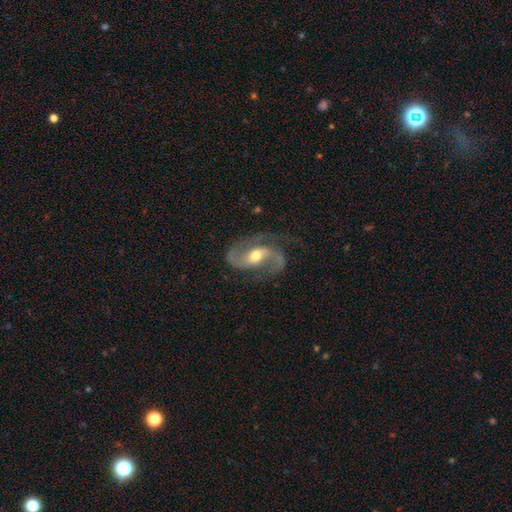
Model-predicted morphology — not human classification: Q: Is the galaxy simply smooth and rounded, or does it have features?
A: featured or disk — 90%.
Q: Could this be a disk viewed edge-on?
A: no — 97%.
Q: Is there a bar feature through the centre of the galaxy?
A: weak — 43%.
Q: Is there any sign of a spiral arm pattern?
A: yes — 97%.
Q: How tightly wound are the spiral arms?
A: medium — 51%.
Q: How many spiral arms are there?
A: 2 — 91%.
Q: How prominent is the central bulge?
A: moderate — 71%.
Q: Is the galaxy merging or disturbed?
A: none — 67%.